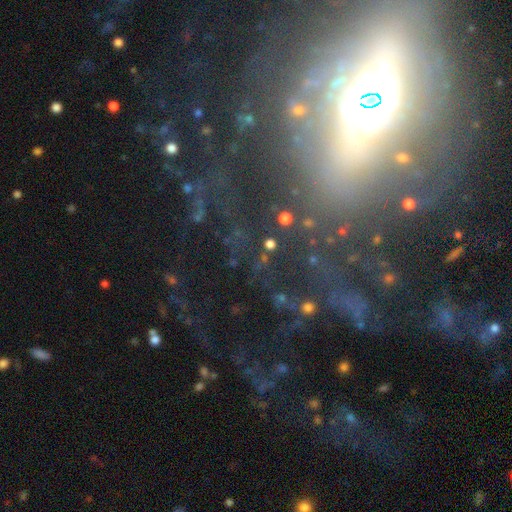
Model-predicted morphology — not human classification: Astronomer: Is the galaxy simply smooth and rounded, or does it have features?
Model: featured or disk — 59%.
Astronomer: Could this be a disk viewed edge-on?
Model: no — 74%.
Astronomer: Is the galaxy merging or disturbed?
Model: none — 54%.